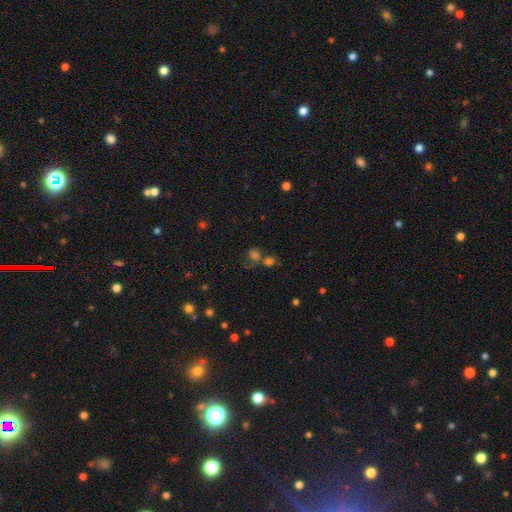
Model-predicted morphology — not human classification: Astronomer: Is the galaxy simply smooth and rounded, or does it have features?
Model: smooth — 47% (runner-up: star or artifact, 41%).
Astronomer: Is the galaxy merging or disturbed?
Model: none — 54%.